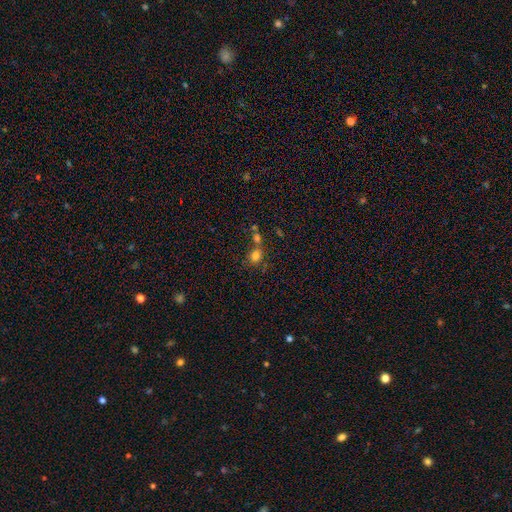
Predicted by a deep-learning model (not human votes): This appears to be a smooth galaxy with no disk features (78%) that is round (77%). Merging: none (56%).